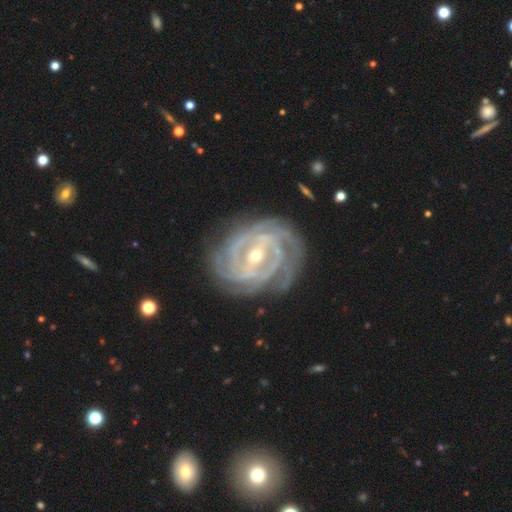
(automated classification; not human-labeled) This is clearly a featured or disk galaxy (92%). It is clearly not viewed edge-on (97%). Bar: possibly strong (46%). Spiral arm pattern: clearly yes (98%). Spiral arm count: marginally 3 (25%). Spiral winding: likely tight (76%). Central bulge: possibly small (60%). Merging: likely none (76%).